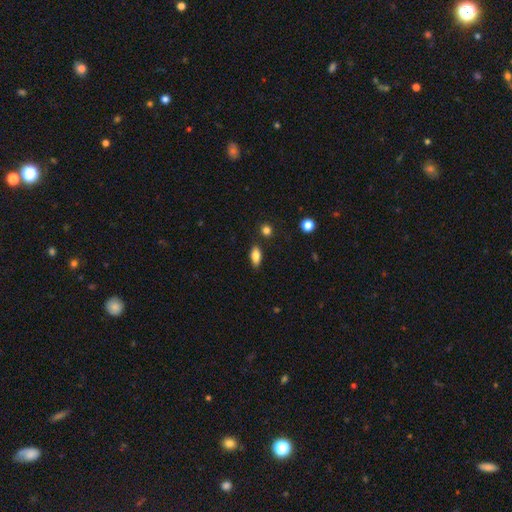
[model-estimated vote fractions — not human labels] A smooth galaxy with no disk features (83%) that is in between round and cigar-shaped (85%).

Vote fractions:
- Smooth or featured? smooth: 83% / featured or disk: 9% / star or artifact: 8%
- How rounded? in between: 85% / cigar-shaped: 11% / round: 4%
- Merging? none: 83% / minor disturbance: 12% / merger: 3% / major disturbance: 2%